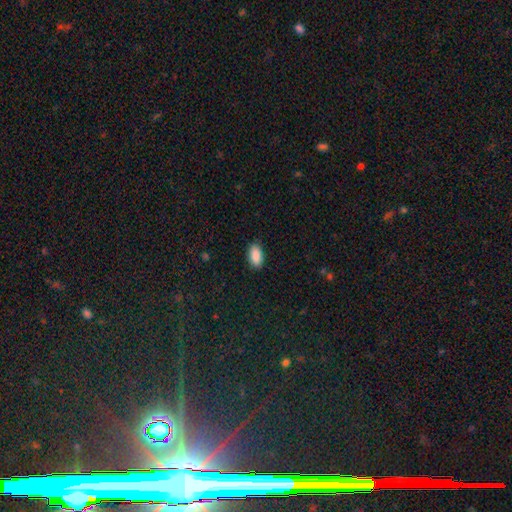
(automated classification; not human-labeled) This appears to be a smooth galaxy with no disk features (90%) that is in between round and cigar-shaped (93%). Merging: none (89%).